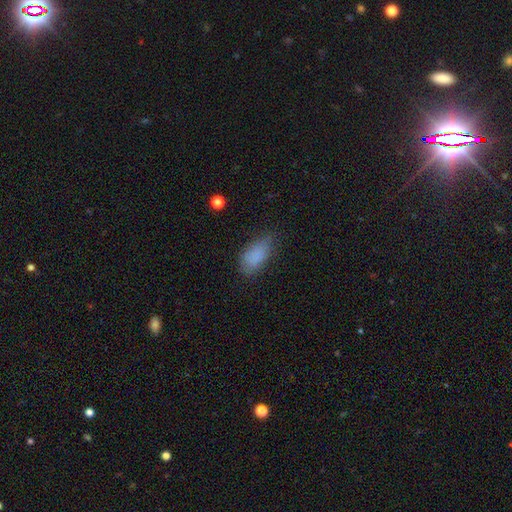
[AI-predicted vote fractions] smooth-or-featured: smooth: 83% | star or artifact: 9% | featured or disk: 8%
  how-rounded: in between: 89% | cigar-shaped: 7% | round: 4%
  merging: none: 58% | minor disturbance: 31% | major disturbance: 10% | merger: 2%